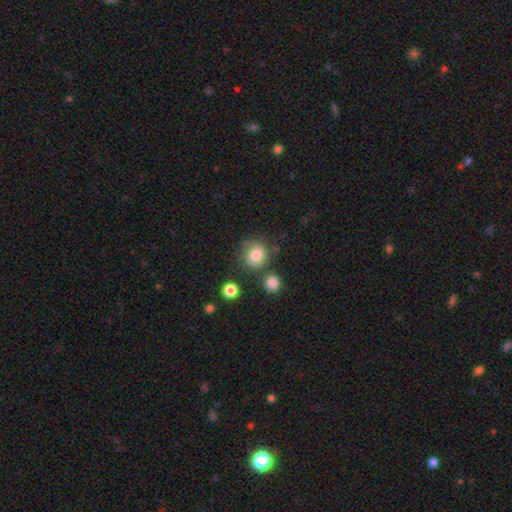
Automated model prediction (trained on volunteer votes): smooth-or-featured: smooth: 82% | star or artifact: 11% | featured or disk: 7%
  how-rounded: round: 84% | in between: 15% | cigar-shaped: 1%
  merging: none: 73% | minor disturbance: 12% | merger: 10% | major disturbance: 4%